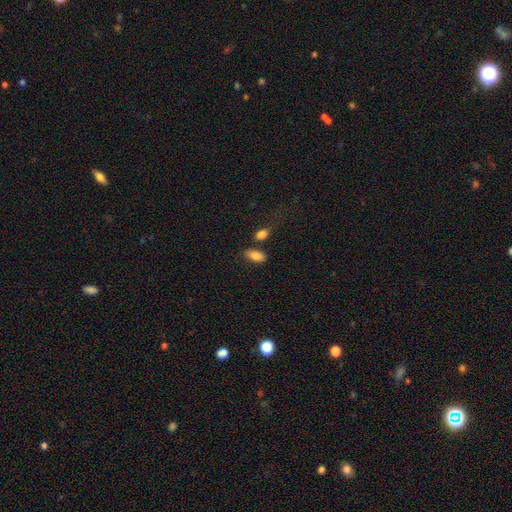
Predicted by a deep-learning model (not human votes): Smooth or featured: smooth — 85% (featured or disk — 7%)
How rounded: in between — 91% (cigar-shaped — 5%)
Merging: none — 69% (minor disturbance — 15%)